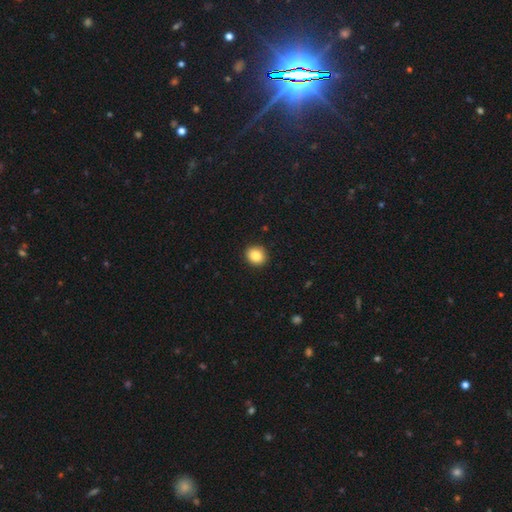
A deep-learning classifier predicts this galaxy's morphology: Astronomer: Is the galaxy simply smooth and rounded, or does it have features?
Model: smooth — 87%.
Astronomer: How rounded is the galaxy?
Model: round — 72%.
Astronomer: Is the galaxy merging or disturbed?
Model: none — 91%.